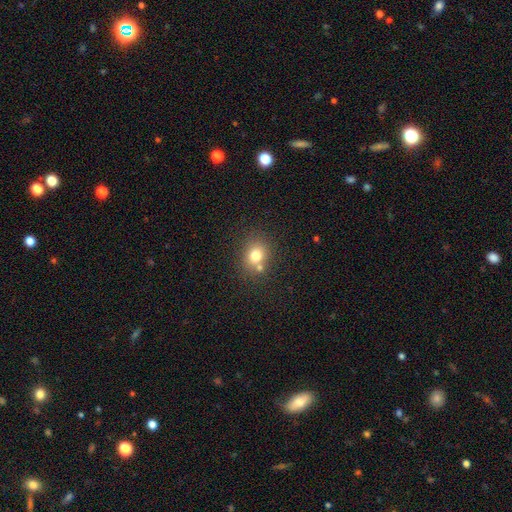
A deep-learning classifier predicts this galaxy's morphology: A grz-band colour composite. It shows a smooth galaxy with no disk features (75%) that is round (66%). Merging: none (63%).